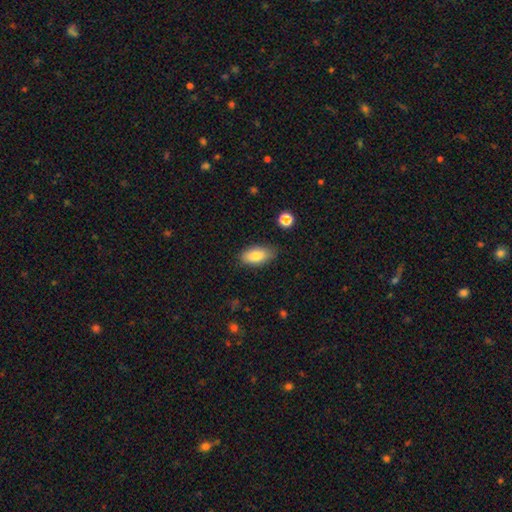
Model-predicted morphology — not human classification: A smooth galaxy with no disk features (81%) that is in between round and cigar-shaped (90%). Merging: none (81%).